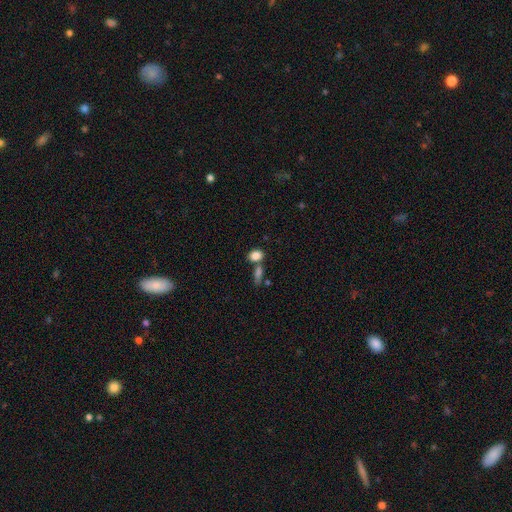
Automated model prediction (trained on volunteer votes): A smooth galaxy with no disk features (84%) that is in between round and cigar-shaped (72%). Merging: none (53%).